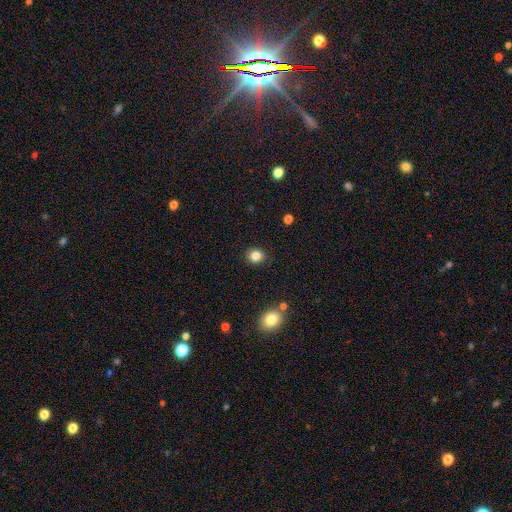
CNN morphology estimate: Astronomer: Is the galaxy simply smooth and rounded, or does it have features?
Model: smooth — 84%.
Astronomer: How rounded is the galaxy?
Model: round — 77%.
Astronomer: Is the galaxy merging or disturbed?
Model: none — 89%.